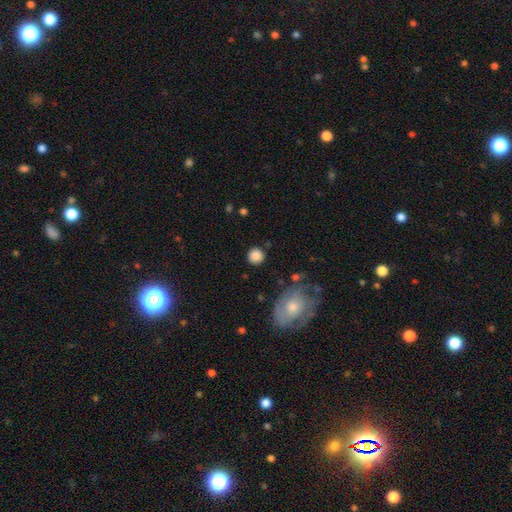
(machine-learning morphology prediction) Smooth or featured? smooth (85%)
How rounded? round (92%)
Merging? none (86%)